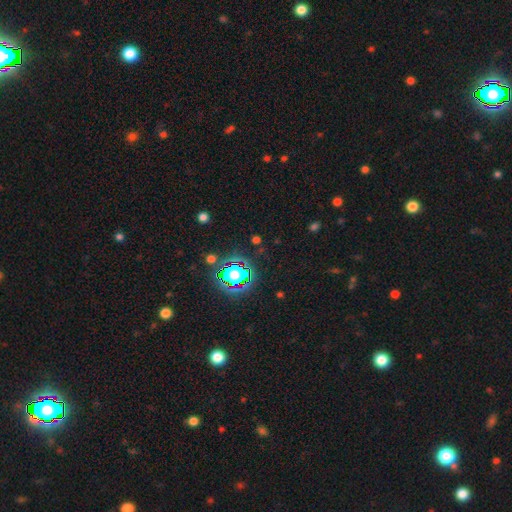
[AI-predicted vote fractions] This is likely a star or artifact rather than a galaxy (80%).